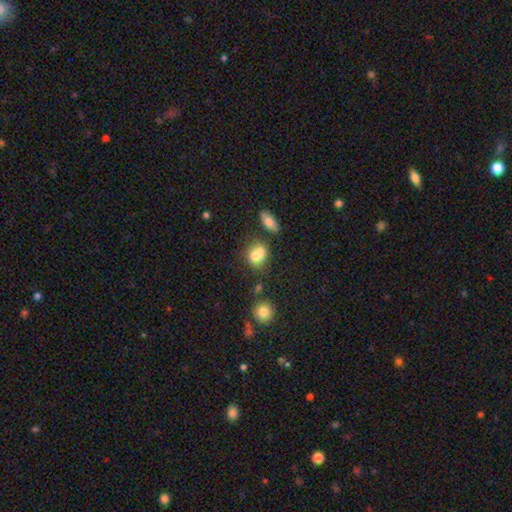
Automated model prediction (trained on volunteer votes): Smooth or featured? Predicted: smooth (p=0.73). How rounded? Predicted: round (p=0.52). Merging? Predicted: merger (p=0.48).